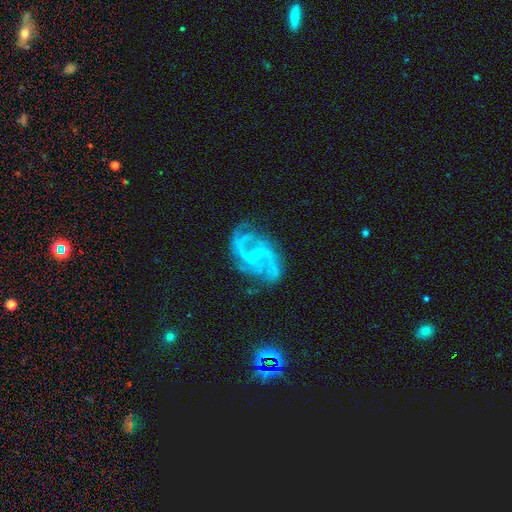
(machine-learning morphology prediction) A featured or disk galaxy (91%) with no bar (48%), 2 (65%) medium (56%) spiral arms (98%) and a small central bulge (80%). Merging: none (71%).